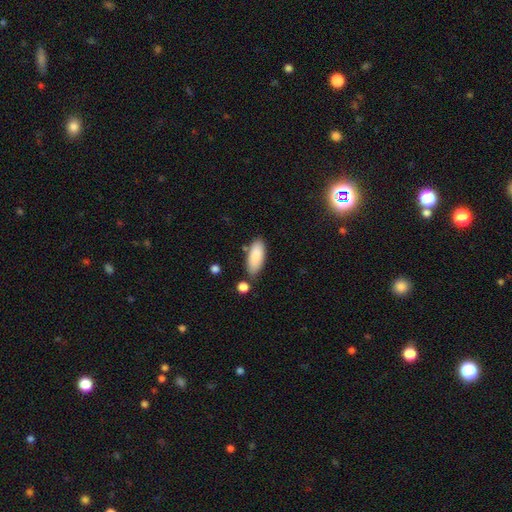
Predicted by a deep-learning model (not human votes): smooth_or_featured: smooth (p=0.87) [alt: featured or disk p=0.07]
how_rounded: in between (p=0.80) [alt: cigar-shaped p=0.18]
merging: none (p=0.75) [alt: minor disturbance p=0.14]